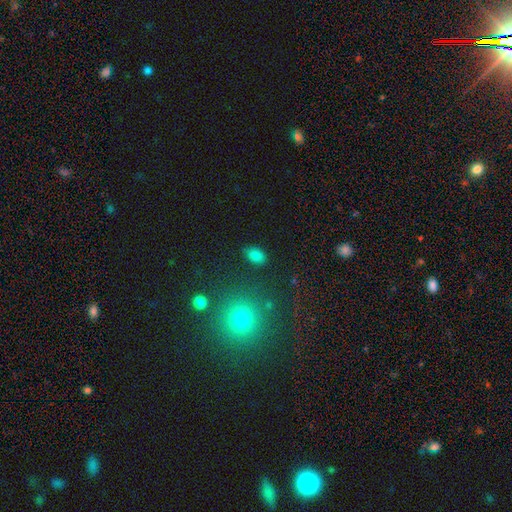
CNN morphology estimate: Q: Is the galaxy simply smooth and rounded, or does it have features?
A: smooth — 82%.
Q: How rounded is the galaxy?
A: in between — 87%.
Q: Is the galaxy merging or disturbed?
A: none — 81%.